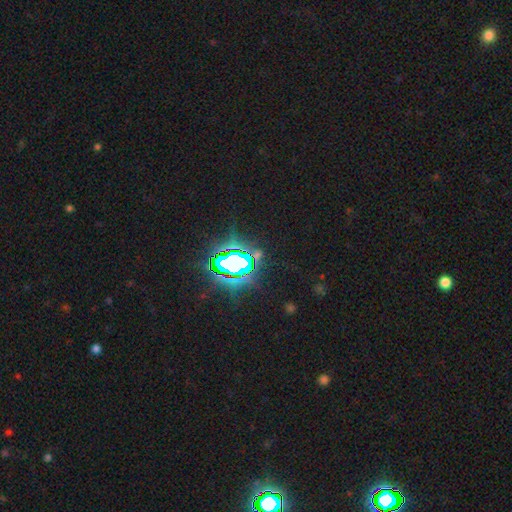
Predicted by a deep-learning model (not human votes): star or artifact 74%, smooth 14%, featured or disk 12%.